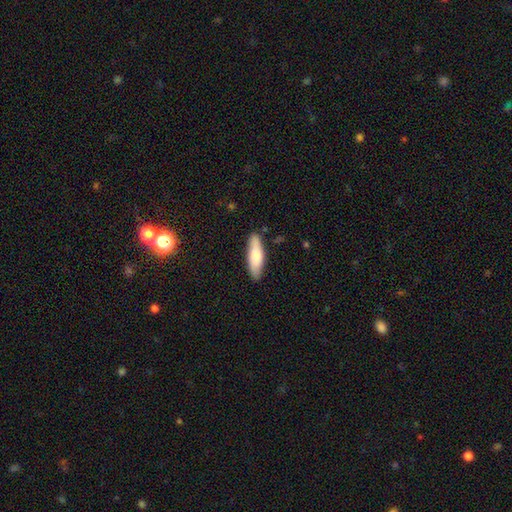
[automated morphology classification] type=smooth (73%); roundness=cigar-shaped (54%); merging=none (85%).